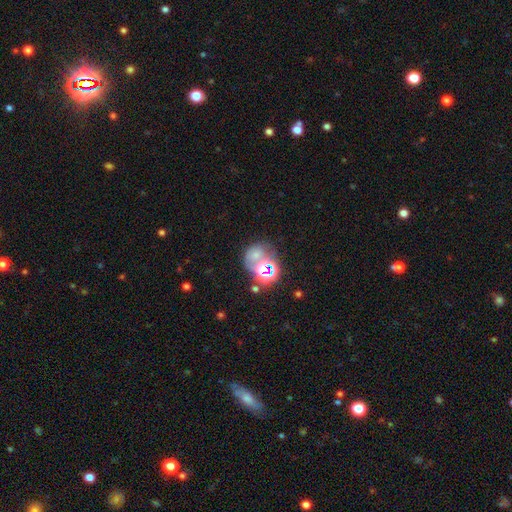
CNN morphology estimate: Smooth or featured: smooth — 46% (star or artifact — 33%)
Merging: none — 38% (merger — 35%)